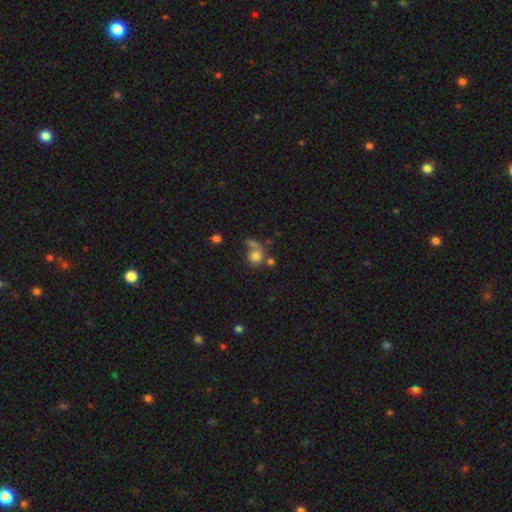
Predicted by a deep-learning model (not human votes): This is likely a smooth galaxy (70%). How rounded: likely round (74%). Merging: marginally none (37%).